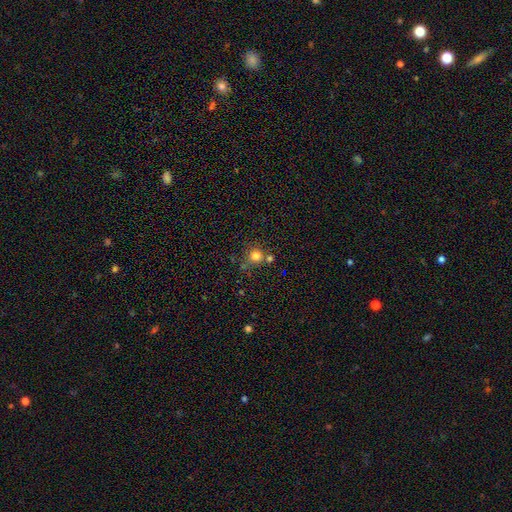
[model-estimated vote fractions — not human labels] Overall: smooth (79%). How rounded: round (91%). Merging: none (67%).